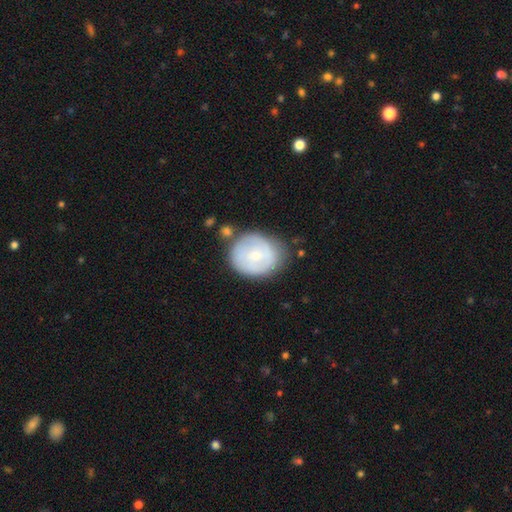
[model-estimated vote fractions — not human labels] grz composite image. It shows a smooth galaxy with no disk features (54%) that is round (66%). Merging: none (62%).